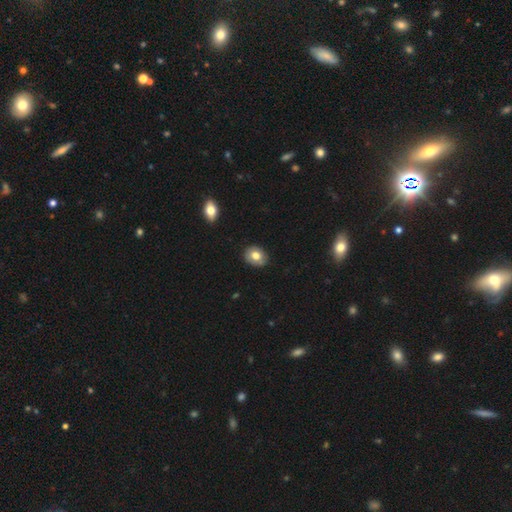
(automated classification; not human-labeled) smooth-or-featured: smooth: 73% | featured or disk: 19% | star or artifact: 8%
  how-rounded: in between: 51% | round: 48% | cigar-shaped: 1%
  merging: none: 85% | minor disturbance: 12% | major disturbance: 2% | merger: 1%